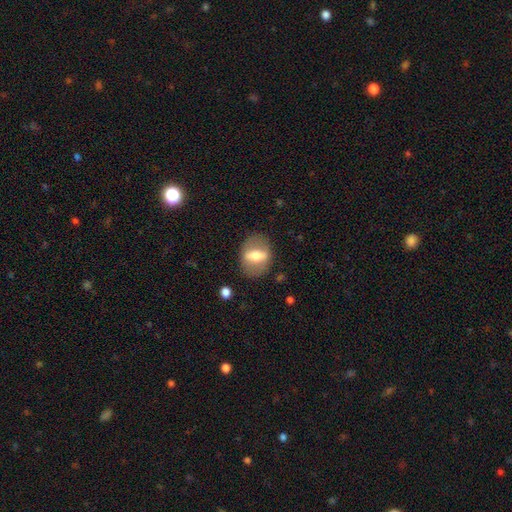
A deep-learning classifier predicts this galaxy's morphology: type=featured or disk (51%); edge-on=no (72%); merging=none (81%).